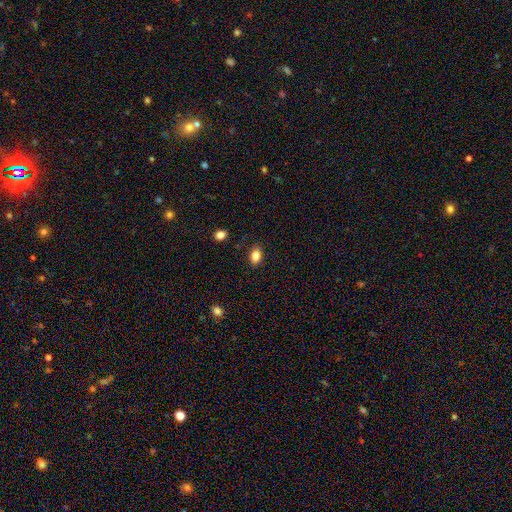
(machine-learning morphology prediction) Smooth or featured: smooth — 85% (star or artifact — 9%)
How rounded: in between — 84% (round — 15%)
Merging: none — 86% (minor disturbance — 10%)